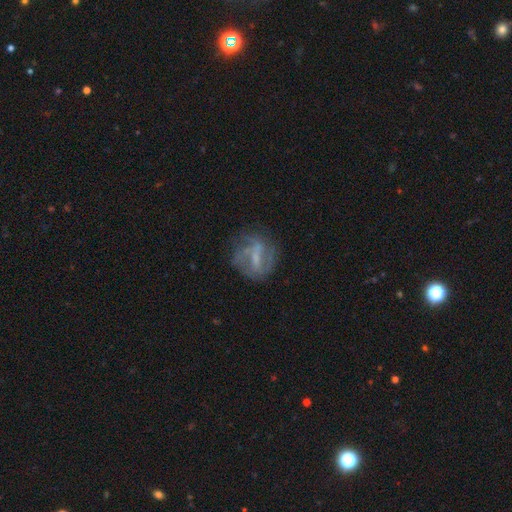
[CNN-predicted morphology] featured or disk 65%, smooth 25%, star or artifact 10%. Down the decision tree: edge-on disk — no (96%); bar — weak (48%); spiral arms — yes (62%); bulge size — small (39%); merging — none (59%).